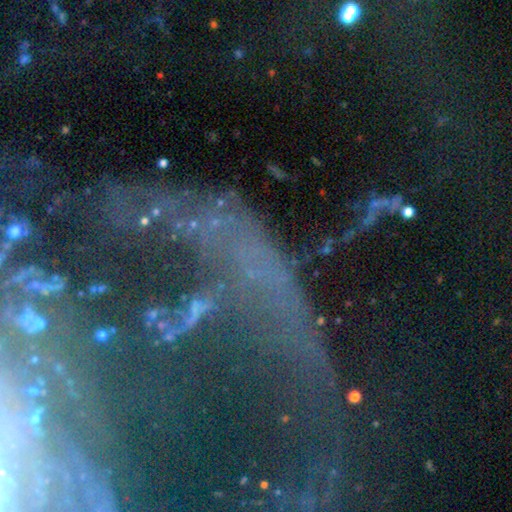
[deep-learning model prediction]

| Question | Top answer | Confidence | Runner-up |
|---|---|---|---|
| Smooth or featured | star or artifact | 67% | featured or disk (21%) |